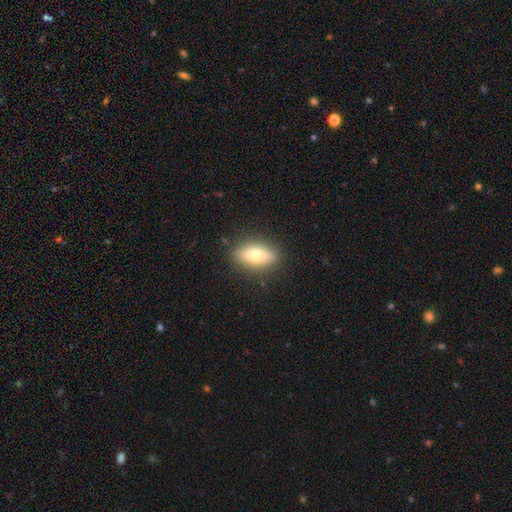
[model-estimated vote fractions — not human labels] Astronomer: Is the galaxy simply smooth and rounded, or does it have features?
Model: smooth — 69%.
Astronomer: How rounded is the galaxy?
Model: in between — 81%.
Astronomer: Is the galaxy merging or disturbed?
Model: none — 86%.